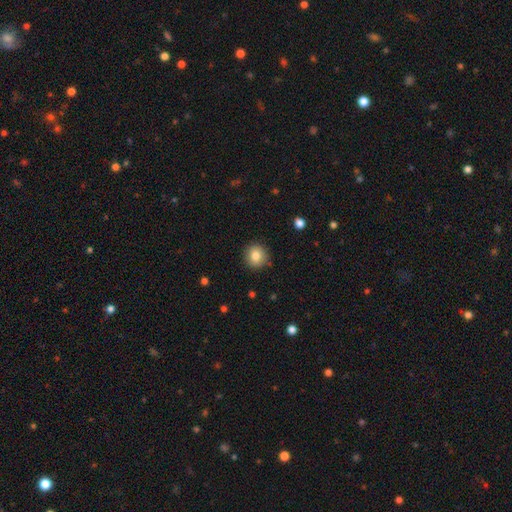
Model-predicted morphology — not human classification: A smooth galaxy with no disk features (83%) that is round (89%).

Vote fractions:
- Smooth or featured? smooth: 83% / star or artifact: 9% / featured or disk: 8%
- How rounded? round: 89% / in between: 10% / cigar-shaped: 1%
- Merging? none: 89% / minor disturbance: 8% / major disturbance: 2% / merger: 1%